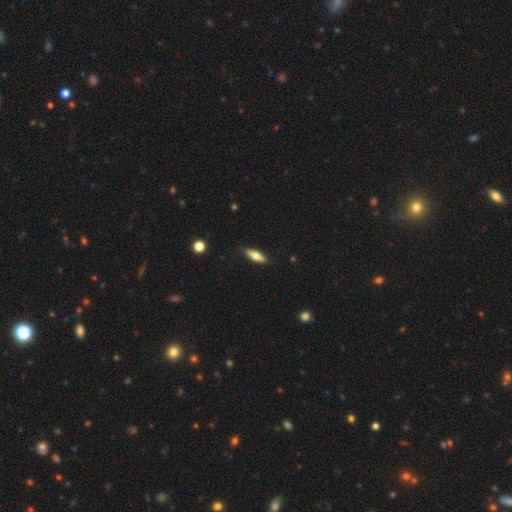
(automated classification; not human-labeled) smooth_or_featured: smooth (p=0.65) [alt: featured or disk p=0.29]
how_rounded: in between (p=0.49) [tied with: cigar-shaped p=0.49]
merging: none (p=0.84) [alt: minor disturbance p=0.13]